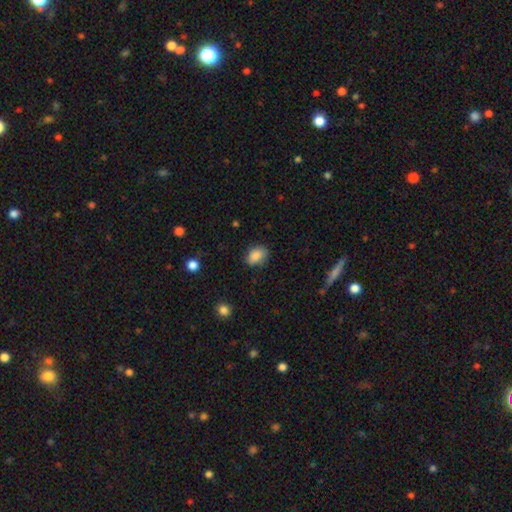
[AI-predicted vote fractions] A smooth galaxy with no disk features (87%) that is in between round and cigar-shaped (75%). Merging: none (74%).